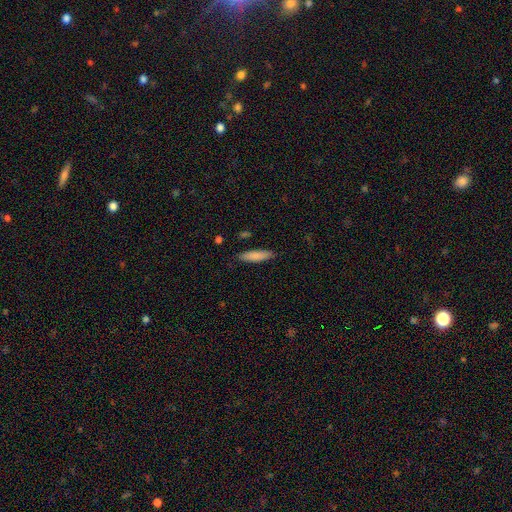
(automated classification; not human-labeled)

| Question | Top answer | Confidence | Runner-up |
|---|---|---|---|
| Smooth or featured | smooth | 83% | featured or disk (11%) |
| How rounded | cigar-shaped | 67% | in between (32%) |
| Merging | none | 87% | minor disturbance (10%) |